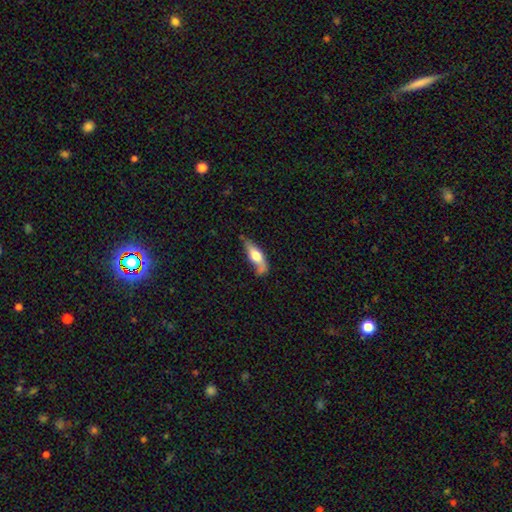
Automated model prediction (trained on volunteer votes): Smooth or featured?
  - smooth: 54% *
  - featured or disk: 40%
  - star or artifact: 6%
How rounded?
  - in between: 53% *
  - cigar-shaped: 44%
  - round: 3%
Merging?
  - none: 52% *
  - minor disturbance: 30%
  - major disturbance: 12%
  - merger: 6%